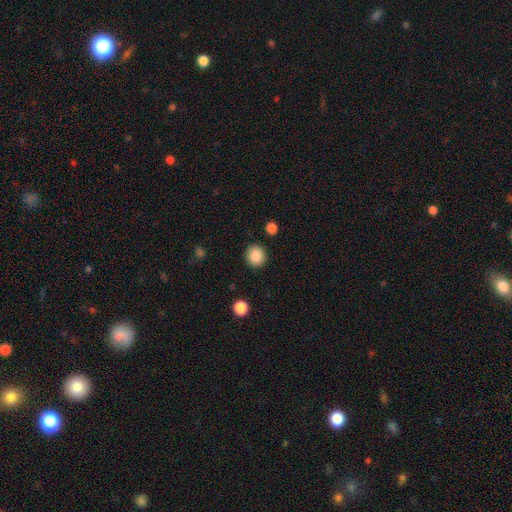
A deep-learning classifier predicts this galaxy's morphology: Smooth or featured?
  - smooth: 86% *
  - star or artifact: 9%
  - featured or disk: 5%
How rounded?
  - round: 89% *
  - in between: 10%
  - cigar-shaped: 1%
Merging?
  - none: 91% *
  - minor disturbance: 6%
  - major disturbance: 2%
  - merger: 1%